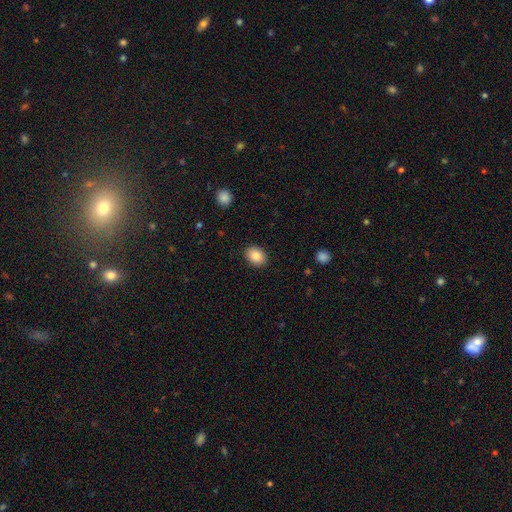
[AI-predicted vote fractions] smooth 87%, star or artifact 8%, featured or disk 6%. Down the decision tree: how rounded — in between (70%); merging — none (90%).